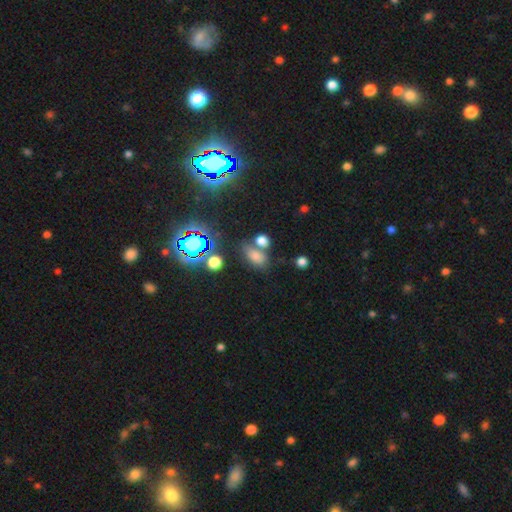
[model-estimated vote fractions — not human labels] Smooth or featured? Predicted: smooth (p=0.70). How rounded? Predicted: in between (p=0.81). Merging? Predicted: none (p=0.55).